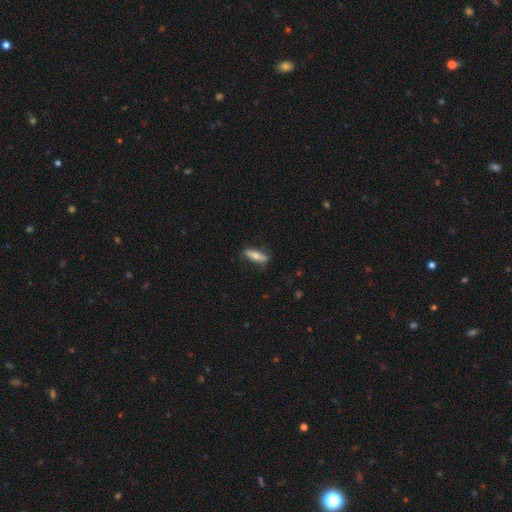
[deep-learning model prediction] smooth_or_featured: smooth (p=0.60) [alt: featured or disk p=0.34]
how_rounded: cigar-shaped (p=0.66) [alt: in between p=0.32]
merging: none (p=0.82) [alt: minor disturbance p=0.14]